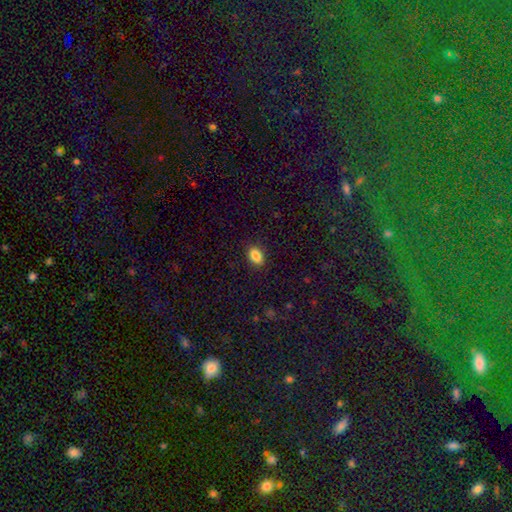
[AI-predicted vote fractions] This is clearly a smooth galaxy (87%). How rounded: clearly in between (86%). Merging: clearly none (88%).